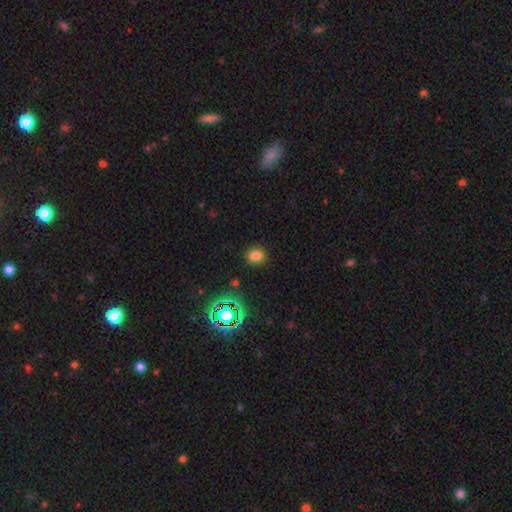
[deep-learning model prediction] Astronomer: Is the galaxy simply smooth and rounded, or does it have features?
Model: smooth — 77%.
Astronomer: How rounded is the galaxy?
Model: round — 77%.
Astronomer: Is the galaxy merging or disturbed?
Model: none — 89%.